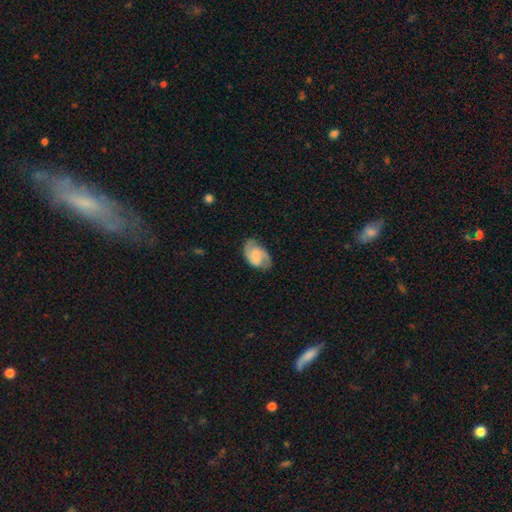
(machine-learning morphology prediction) A featured or disk galaxy (58%) with a weak bar (45%), 2 (79%) medium (48%) spiral arms (91%) and no central bulge (39%). Merging: none (68%).